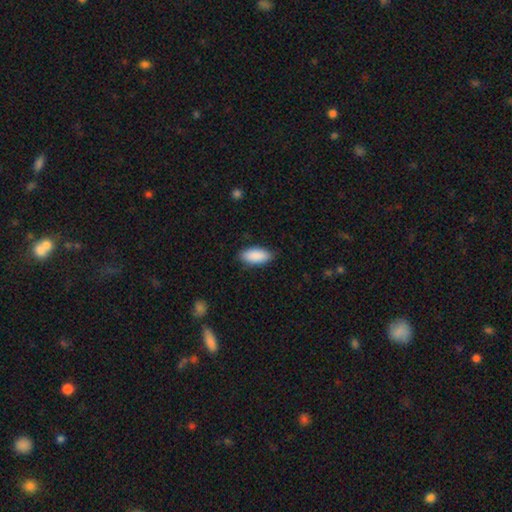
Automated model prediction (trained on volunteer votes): smooth_or_featured: smooth (p=0.90) [alt: star or artifact p=0.06]
how_rounded: in between (p=0.91) [alt: cigar-shaped p=0.07]
merging: none (p=0.85) [alt: minor disturbance p=0.12]